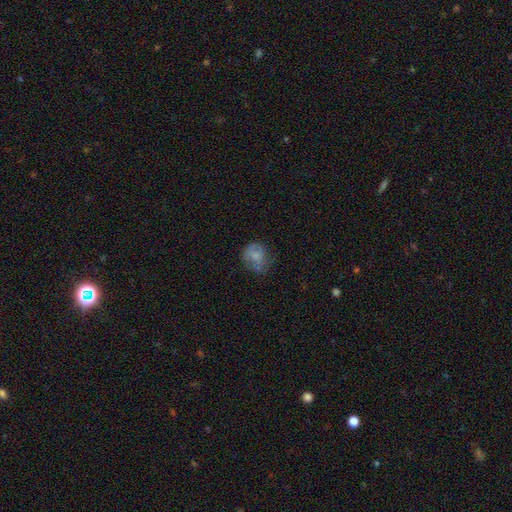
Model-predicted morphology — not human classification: smooth-or-featured: smooth: 61% | featured or disk: 30% | star or artifact: 9%
  how-rounded: round: 71% | in between: 28% | cigar-shaped: 1%
  merging: none: 48% | minor disturbance: 29% | major disturbance: 20% | merger: 2%